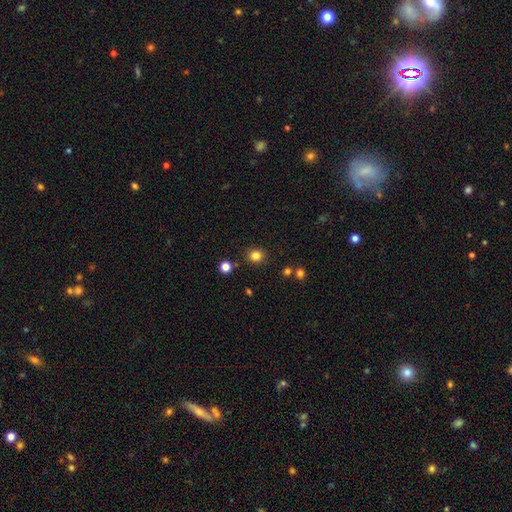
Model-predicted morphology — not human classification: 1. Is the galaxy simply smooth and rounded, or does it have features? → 83% smooth, 13% star or artifact, 4% featured or disk.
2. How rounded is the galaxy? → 82% round, 17% in between, 1% cigar-shaped.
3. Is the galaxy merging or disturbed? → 88% none, 7% minor disturbance, 3% merger, 2% major disturbance.